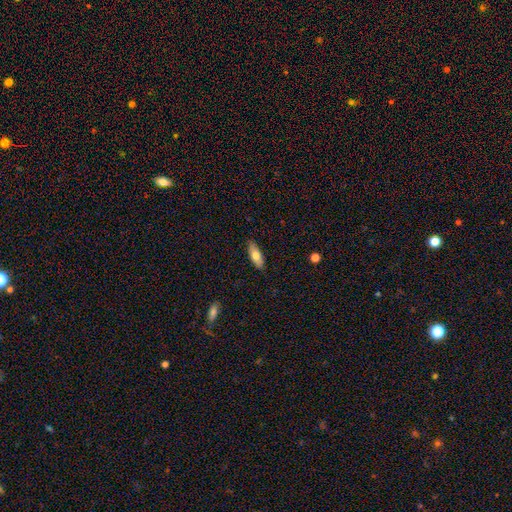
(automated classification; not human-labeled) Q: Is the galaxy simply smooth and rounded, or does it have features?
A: smooth — 70%.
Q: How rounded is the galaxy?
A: in between — 66%.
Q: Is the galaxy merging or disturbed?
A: none — 87%.